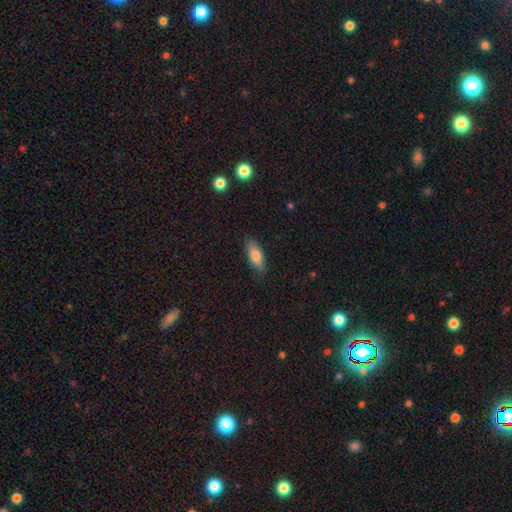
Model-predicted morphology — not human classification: smooth-or-featured: smooth: 80% | featured or disk: 13% | star or artifact: 7%
  how-rounded: in between: 76% | cigar-shaped: 22% | round: 2%
  merging: none: 84% | minor disturbance: 12% | major disturbance: 3% | merger: 1%